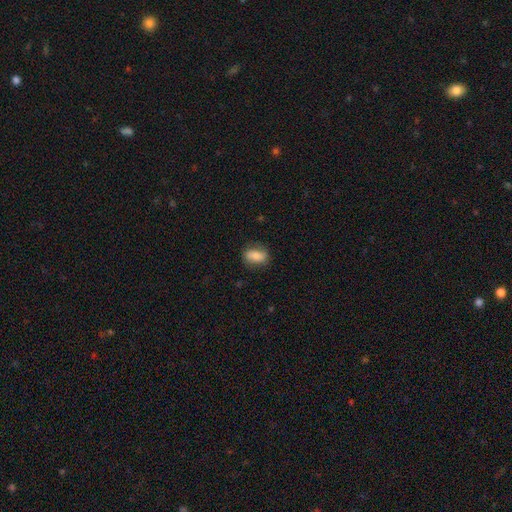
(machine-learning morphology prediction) smooth-or-featured: smooth: 78% | featured or disk: 14% | star or artifact: 8%
  how-rounded: in between: 85% | round: 10% | cigar-shaped: 4%
  merging: none: 73% | minor disturbance: 20% | major disturbance: 6% | merger: 1%